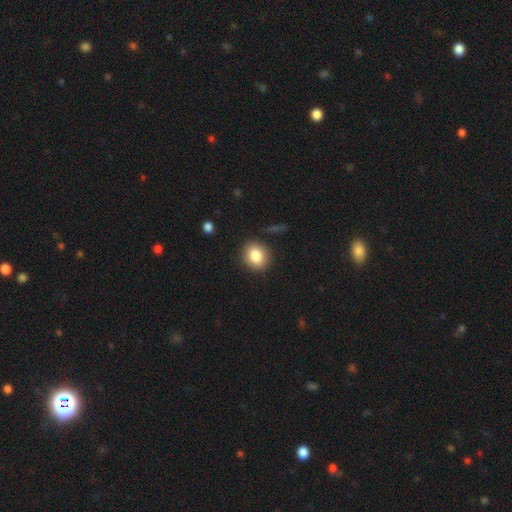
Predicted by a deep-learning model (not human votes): smooth-or-featured: smooth: 84% | star or artifact: 9% | featured or disk: 7%
  how-rounded: round: 63% | in between: 35% | cigar-shaped: 1%
  merging: none: 87% | minor disturbance: 9% | major disturbance: 3% | merger: 2%